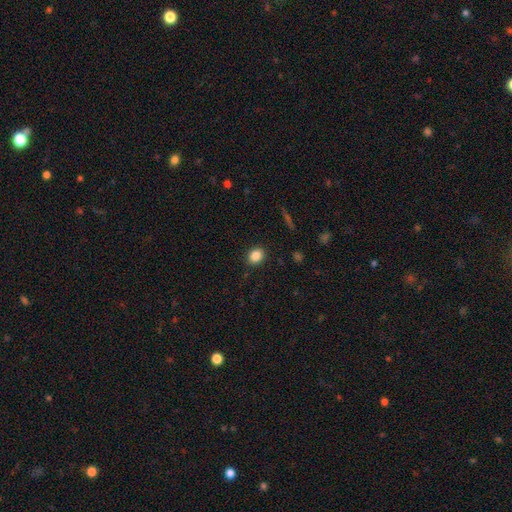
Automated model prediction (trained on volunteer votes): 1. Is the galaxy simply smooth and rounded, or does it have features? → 85% smooth, 10% star or artifact, 5% featured or disk.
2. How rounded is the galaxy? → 56% round, 42% in between, 1% cigar-shaped.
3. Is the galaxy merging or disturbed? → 89% none, 8% minor disturbance, 2% major disturbance, 1% merger.